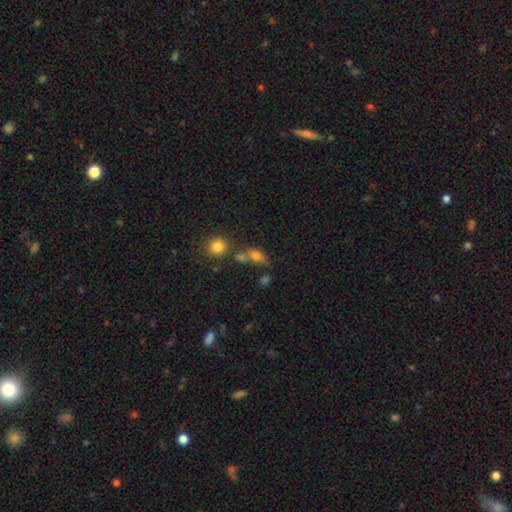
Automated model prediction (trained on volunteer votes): The model was most divided on "merging": none: 38%, merger: 35%, minor disturbance: 16%, major disturbance: 11%. More confident: smooth or featured — smooth (71%); how rounded — in between (68%).